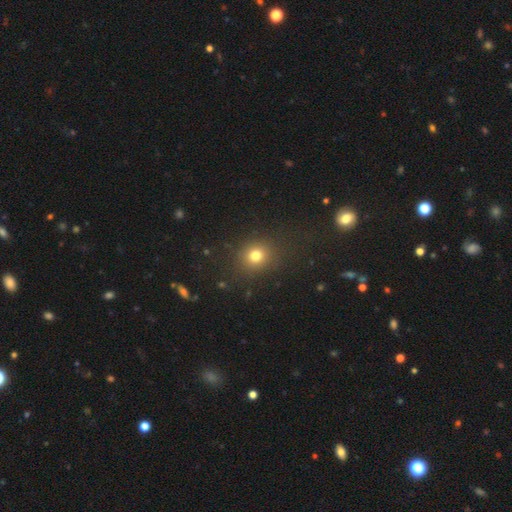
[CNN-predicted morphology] Smooth or featured? Predicted: smooth (p=0.77). How rounded? Predicted: round (p=0.81). Merging? Predicted: none (p=0.86).